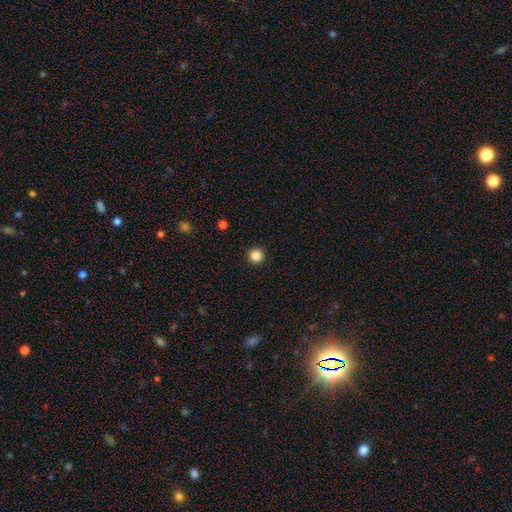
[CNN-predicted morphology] Smooth or featured: smooth — 85% (star or artifact — 11%)
How rounded: round — 96% (in between — 3%)
Merging: none — 93% (minor disturbance — 5%)